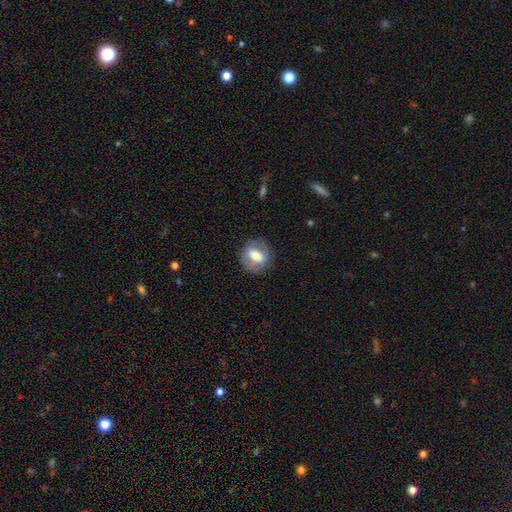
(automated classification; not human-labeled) Smooth or featured? Predicted: smooth (p=0.60). How rounded? Predicted: round (p=0.51). Merging? Predicted: none (p=0.80).